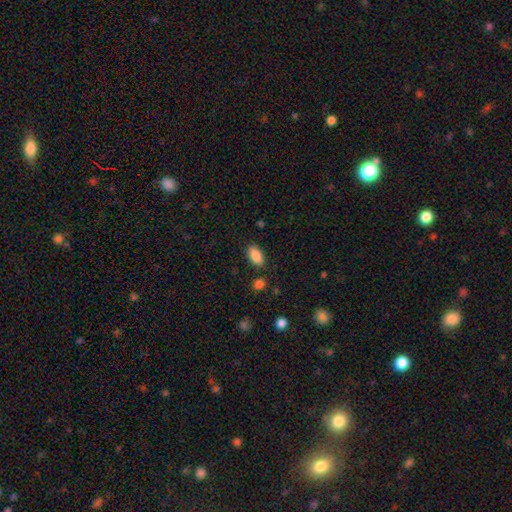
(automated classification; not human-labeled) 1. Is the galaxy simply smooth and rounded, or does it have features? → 88% smooth, 7% star or artifact, 4% featured or disk.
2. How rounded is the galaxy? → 93% in between, 4% round, 4% cigar-shaped.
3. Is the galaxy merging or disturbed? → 84% none, 11% minor disturbance, 3% major disturbance, 3% merger.